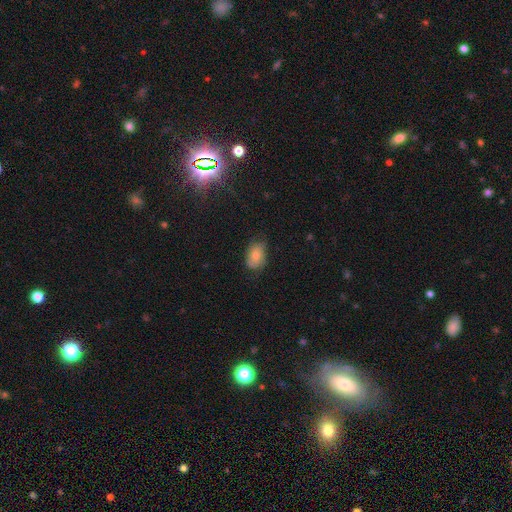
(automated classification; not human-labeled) Morphology: type=smooth (68%); roundness=in between (84%); merging=none (59%).